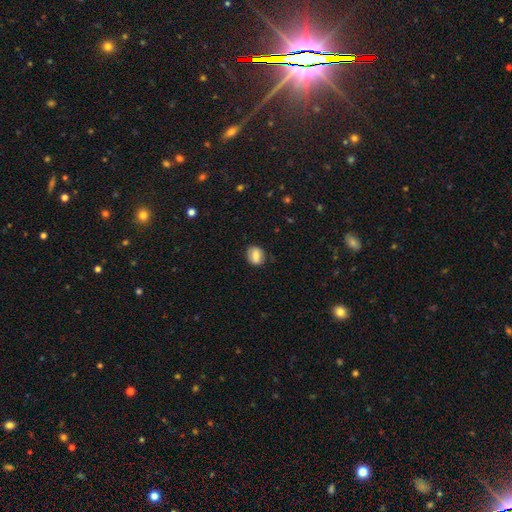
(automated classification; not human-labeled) Smooth or featured?
  - smooth: 75% *
  - featured or disk: 17%
  - star or artifact: 8%
How rounded?
  - in between: 63% *
  - round: 35%
  - cigar-shaped: 2%
Merging?
  - none: 82% *
  - minor disturbance: 14%
  - major disturbance: 3%
  - merger: 1%